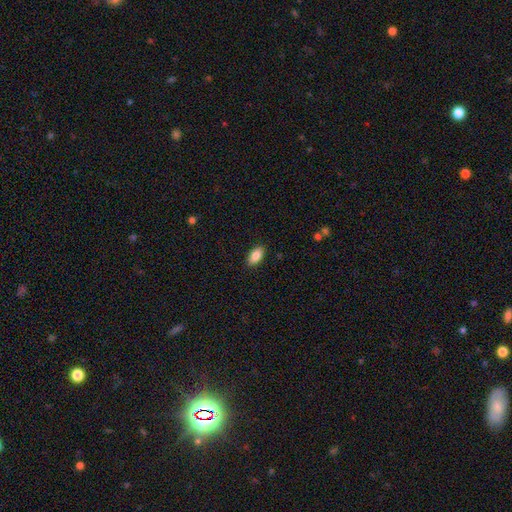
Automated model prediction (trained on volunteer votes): Smooth or featured?
  - smooth: 86% *
  - featured or disk: 7%
  - star or artifact: 7%
How rounded?
  - in between: 91% *
  - cigar-shaped: 5%
  - round: 3%
Merging?
  - none: 89% *
  - minor disturbance: 8%
  - major disturbance: 2%
  - merger: 1%